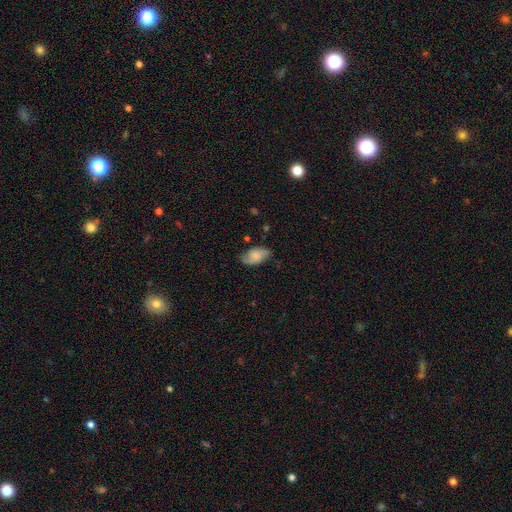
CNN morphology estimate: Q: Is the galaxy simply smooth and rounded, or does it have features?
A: smooth — 60%.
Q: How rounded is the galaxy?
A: in between — 93%.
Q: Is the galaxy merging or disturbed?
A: none — 72%.